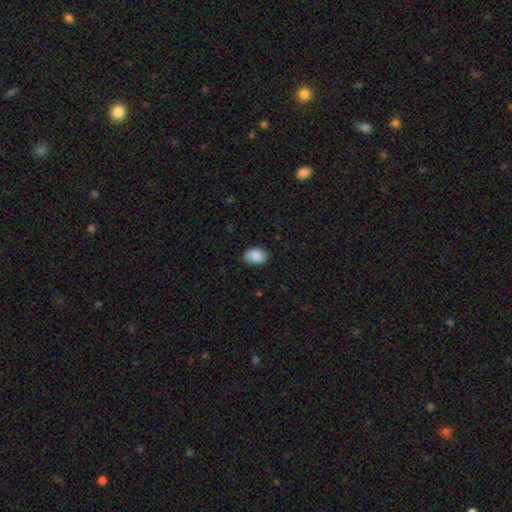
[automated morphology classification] smooth 87%, star or artifact 7%, featured or disk 6%. Down the decision tree: how rounded — in between (83%); merging — none (79%).